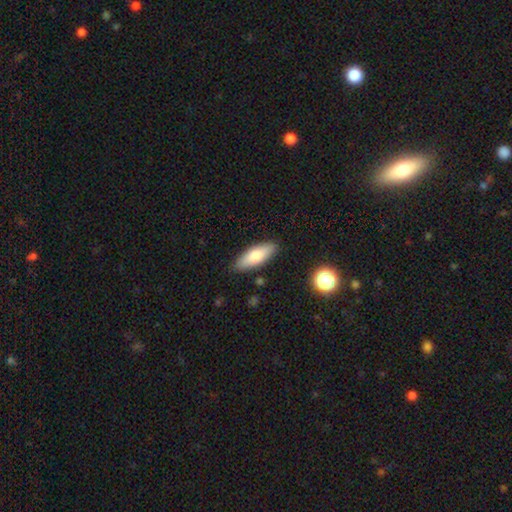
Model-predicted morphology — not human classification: A smooth galaxy with no disk features (75%) that is in between round and cigar-shaped (63%). Merging: none (87%).